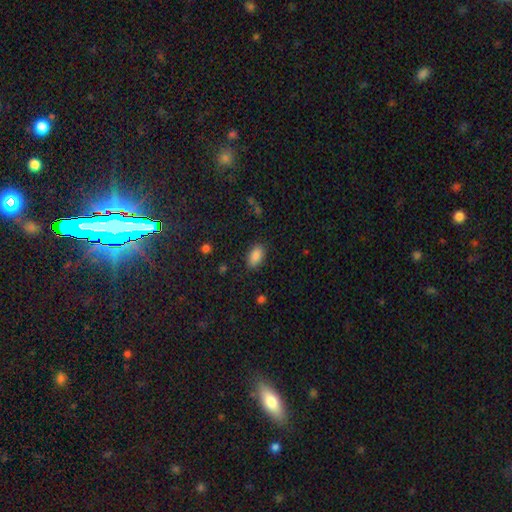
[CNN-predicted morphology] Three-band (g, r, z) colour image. It shows a smooth galaxy with no disk features (87%) that is in between round and cigar-shaped (92%). Merging: none (86%).